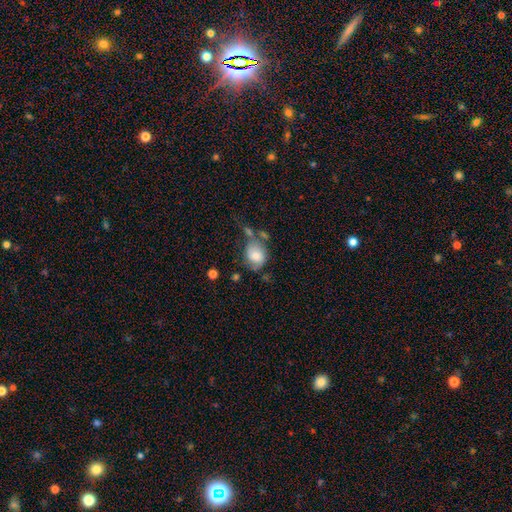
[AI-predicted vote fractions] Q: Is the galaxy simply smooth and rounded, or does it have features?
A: smooth — 71%.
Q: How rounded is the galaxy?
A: round — 55%.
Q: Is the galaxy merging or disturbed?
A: none — 42%.